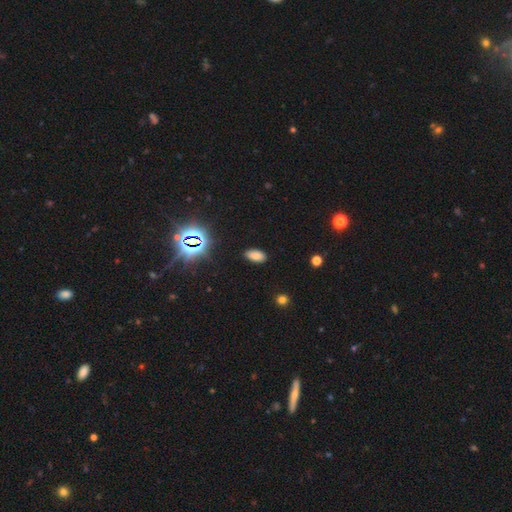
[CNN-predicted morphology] This is likely a smooth galaxy (73%). How rounded: clearly in between (93%). Merging: clearly none (87%).